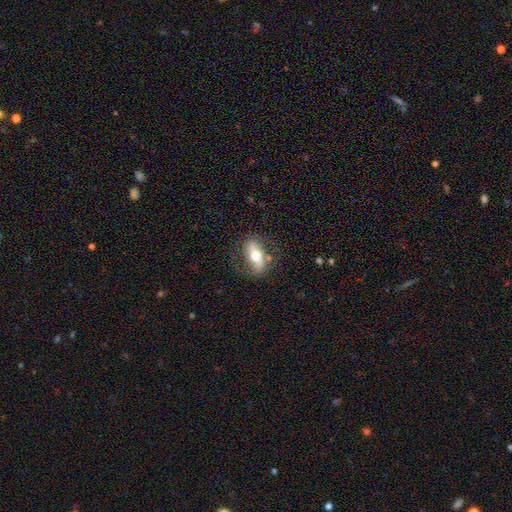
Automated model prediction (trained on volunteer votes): A featured or disk galaxy (60%).

Vote fractions:
- Smooth or featured? featured or disk: 60% / smooth: 34% / star or artifact: 6%
- Edge-on disk? no: 68% / yes: 32%
- Merging? none: 72% / minor disturbance: 17% / major disturbance: 9% / merger: 2%